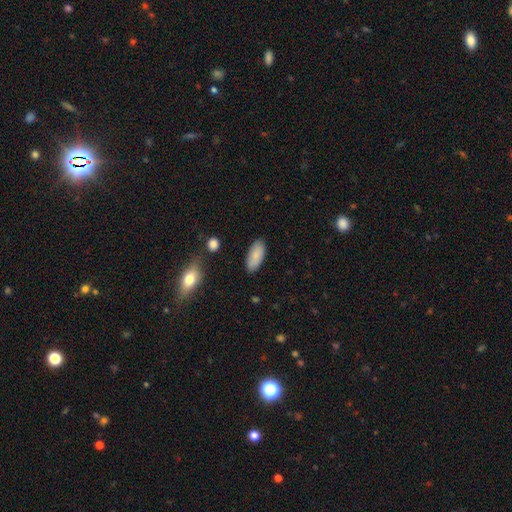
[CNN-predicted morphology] Smooth or featured: smooth — 85% (featured or disk — 9%)
How rounded: in between — 90% (cigar-shaped — 8%)
Merging: none — 86% (minor disturbance — 10%)